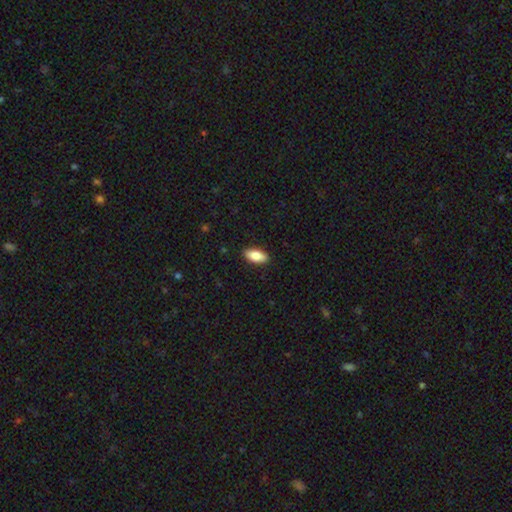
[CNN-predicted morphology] Smooth or featured: smooth — 86% (featured or disk — 8%)
How rounded: in between — 88% (cigar-shaped — 9%)
Merging: none — 89% (minor disturbance — 8%)